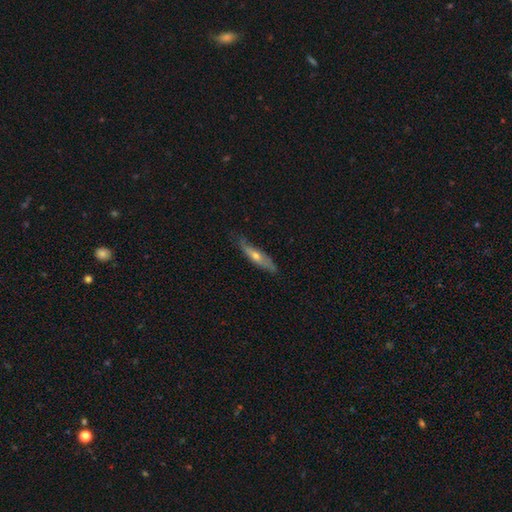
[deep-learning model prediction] Smooth or featured? featured or disk (56%)
Edge-on disk? yes (72%)
Merging? none (73%)